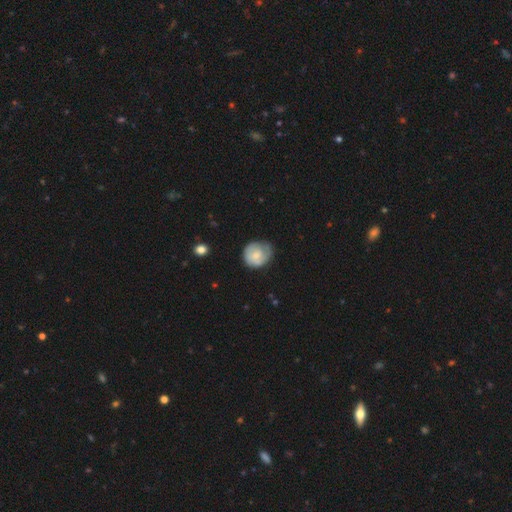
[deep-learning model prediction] Overall: smooth (62%; featured or disk 31%). How rounded: round (76%). Merging: none (55%; minor disturbance 32%).